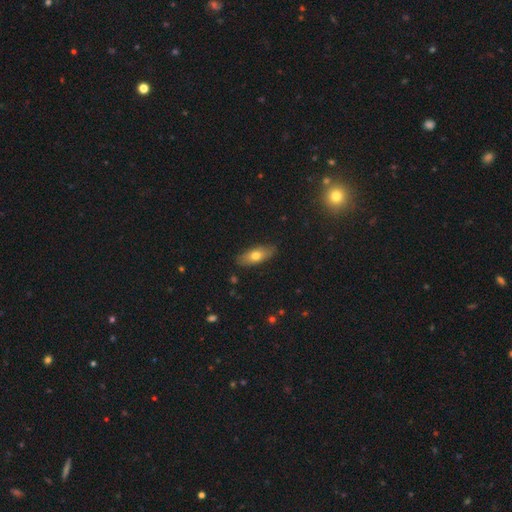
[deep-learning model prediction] Smooth or featured?
  - smooth: 67% *
  - featured or disk: 27%
  - star or artifact: 7%
How rounded?
  - in between: 74% *
  - cigar-shaped: 22%
  - round: 4%
Merging?
  - none: 85% *
  - minor disturbance: 12%
  - major disturbance: 2%
  - merger: 1%